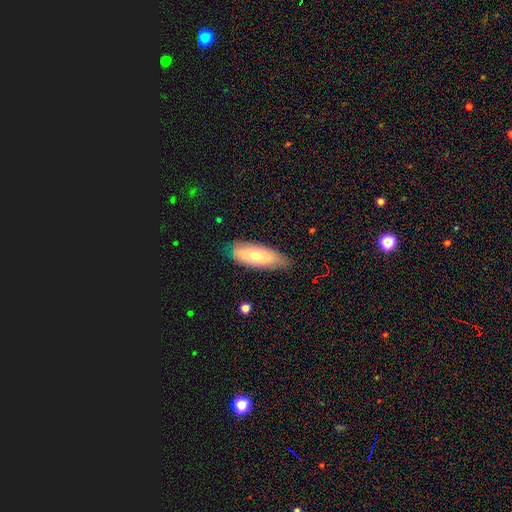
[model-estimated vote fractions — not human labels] Smooth or featured: smooth — 66% (featured or disk — 28%)
How rounded: in between — 71% (cigar-shaped — 27%)
Merging: none — 70% (minor disturbance — 24%)